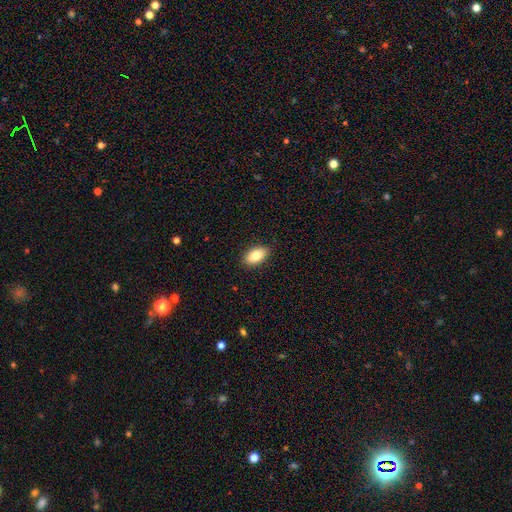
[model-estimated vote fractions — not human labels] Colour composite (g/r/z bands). It shows a smooth galaxy with no disk features (79%) that is in between round and cigar-shaped (92%). Merging: none (88%).